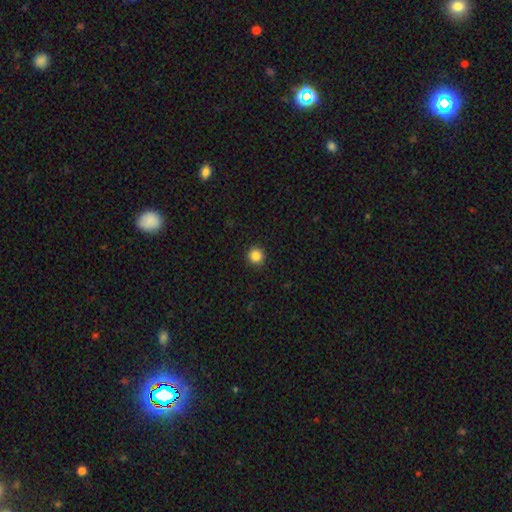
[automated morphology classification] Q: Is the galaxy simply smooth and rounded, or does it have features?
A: smooth — 86%.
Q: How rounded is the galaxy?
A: round — 95%.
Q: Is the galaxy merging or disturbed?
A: none — 93%.